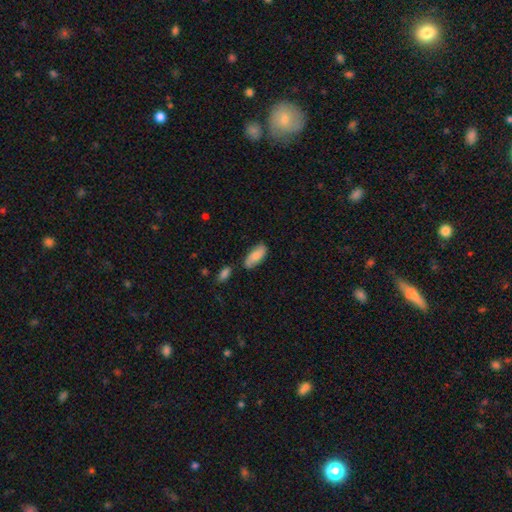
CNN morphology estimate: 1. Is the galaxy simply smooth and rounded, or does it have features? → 77% smooth, 17% featured or disk, 6% star or artifact.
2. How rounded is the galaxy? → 88% in between, 10% cigar-shaped, 2% round.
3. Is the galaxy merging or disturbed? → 71% none, 19% minor disturbance, 6% merger, 4% major disturbance.